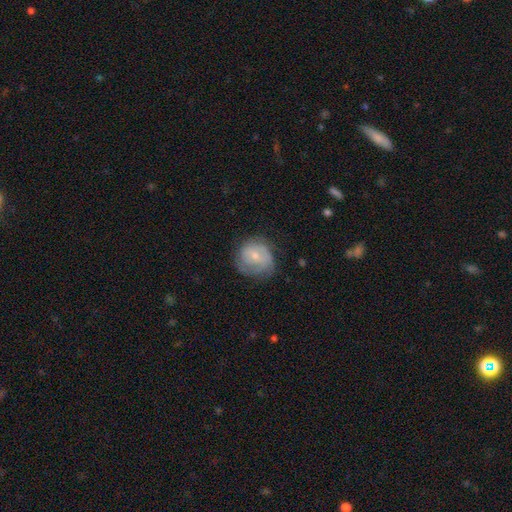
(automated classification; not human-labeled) smooth-or-featured: featured or disk: 53% | smooth: 39% | star or artifact: 7%
  disk-edge-on: no: 97% | yes: 3%
    bar: no: 57% | weak: 36% | strong: 7%
    has-spiral-arms: yes: 76% | no: 24%
    bulge-size: small: 60% | moderate: 34% | none: 3% | large: 1% | dominant: 1%
  merging: none: 59% | minor disturbance: 26% | major disturbance: 13% | merger: 1%